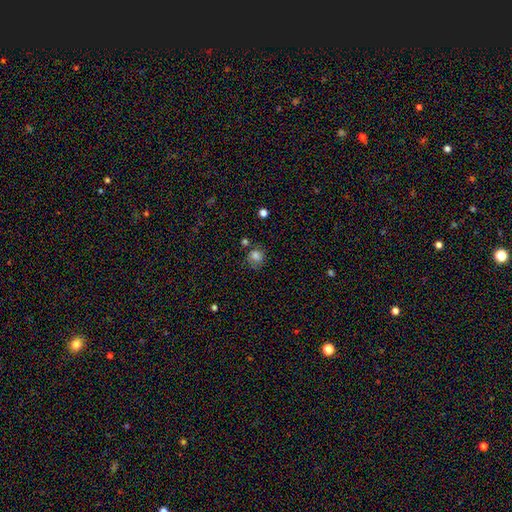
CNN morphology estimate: A smooth galaxy with no disk features (79%) that is round (74%).

Vote fractions:
- Smooth or featured? smooth: 79% / star or artifact: 13% / featured or disk: 8%
- How rounded? round: 74% / in between: 25% / cigar-shaped: 1%
- Merging? none: 63% / minor disturbance: 21% / merger: 8% / major disturbance: 8%